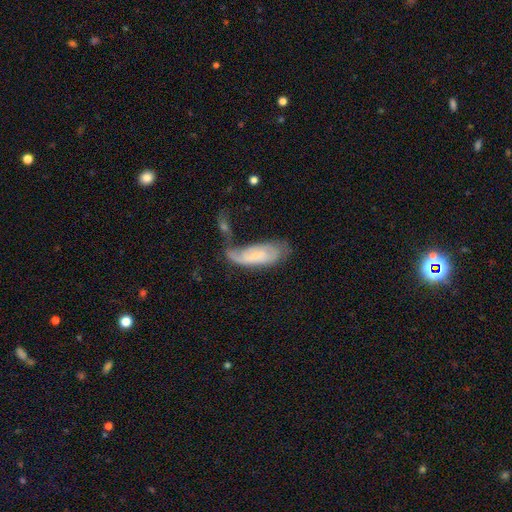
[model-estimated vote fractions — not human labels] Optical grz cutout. It shows a featured or disk galaxy (48%). Merging: none (29%).